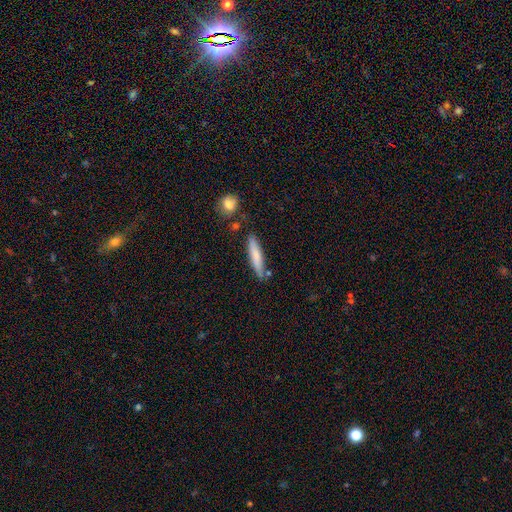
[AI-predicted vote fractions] Morphology: type=smooth (74%); roundness=cigar-shaped (87%); merging=none (79%).